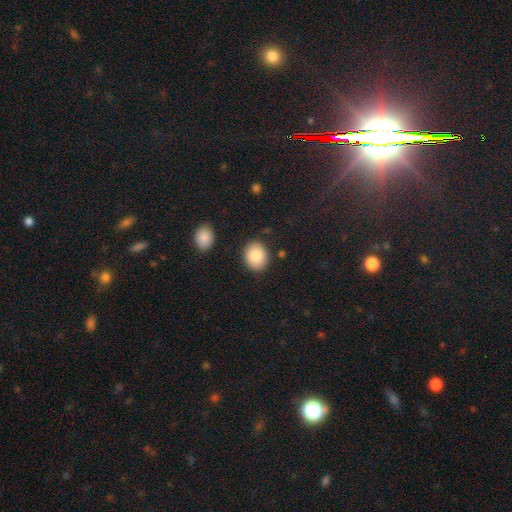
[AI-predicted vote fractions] Smooth or featured: smooth — 87% (star or artifact — 7%)
How rounded: round — 55% (in between — 44%)
Merging: none — 84% (minor disturbance — 10%)